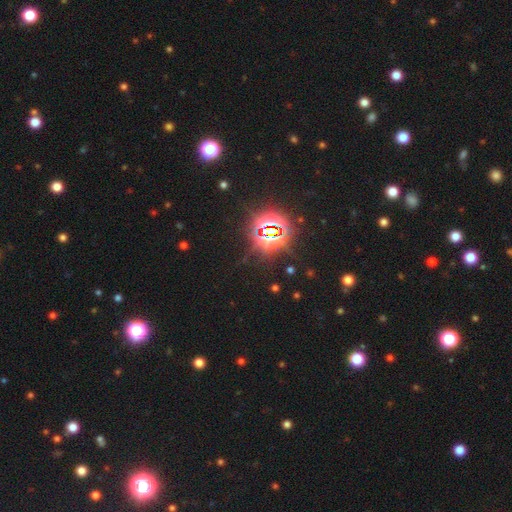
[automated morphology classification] A star or artifact, not a galaxy (82%).